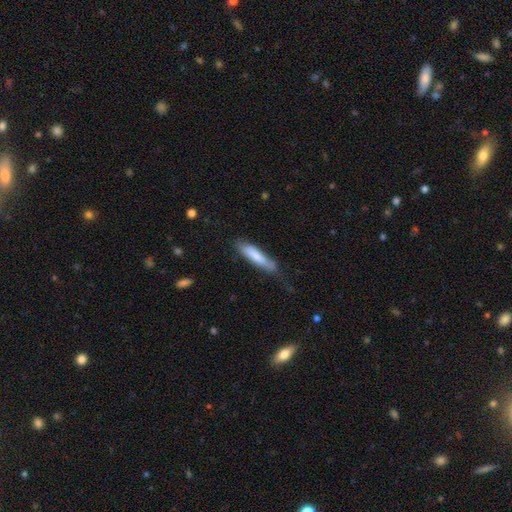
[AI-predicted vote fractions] A smooth galaxy with no disk features (73%) that is cigar-shaped (75%). Merging: none (64%).